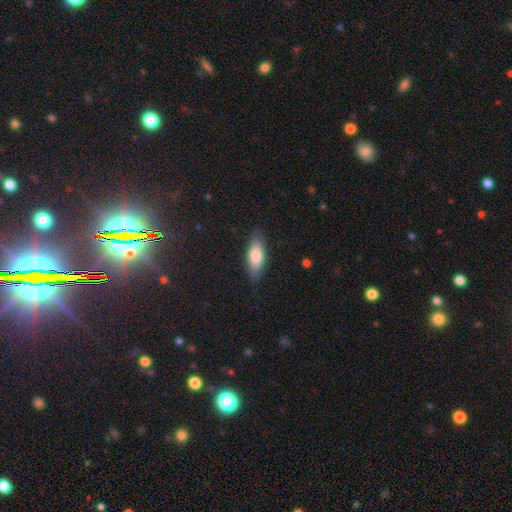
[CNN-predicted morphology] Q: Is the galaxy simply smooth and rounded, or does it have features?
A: smooth — 78%.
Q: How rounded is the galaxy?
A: in between — 73%.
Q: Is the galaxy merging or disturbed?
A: none — 82%.